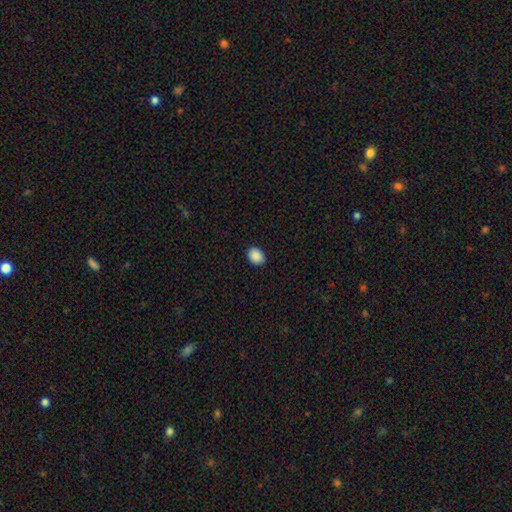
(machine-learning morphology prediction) smooth-or-featured: smooth: 90% | star or artifact: 8% | featured or disk: 3%
  how-rounded: in between: 63% | round: 37% | cigar-shaped: 1%
  merging: none: 89% | minor disturbance: 9% | major disturbance: 2% | merger: 1%